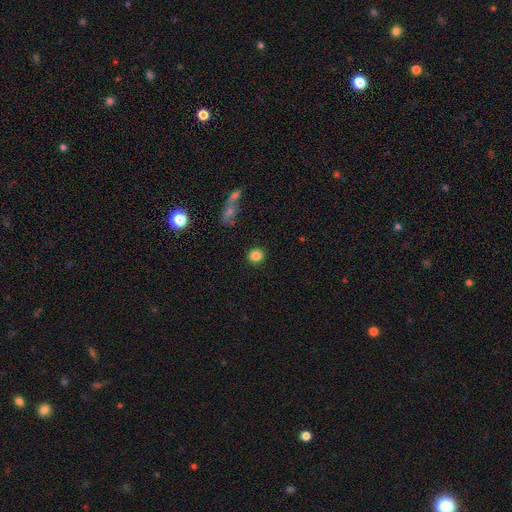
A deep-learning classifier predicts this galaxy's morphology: Q: Smooth or featured?
A: smooth (85%); runner-up: star or artifact (10%)
Q: How rounded?
A: round (80%); runner-up: in between (19%)
Q: Merging?
A: none (88%); runner-up: minor disturbance (7%)